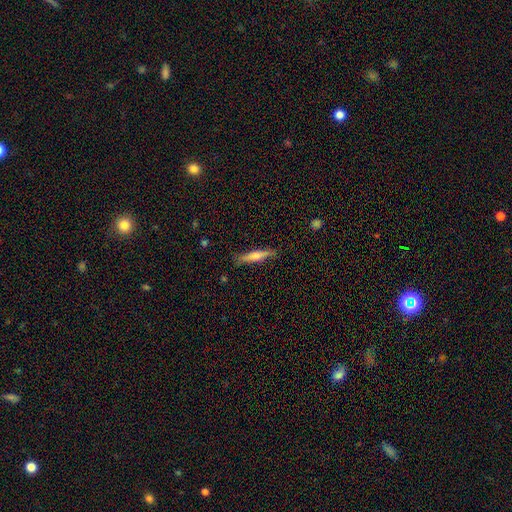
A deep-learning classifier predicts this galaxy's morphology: This appears to be a smooth galaxy with no disk features (50%). Merging: none (86%).